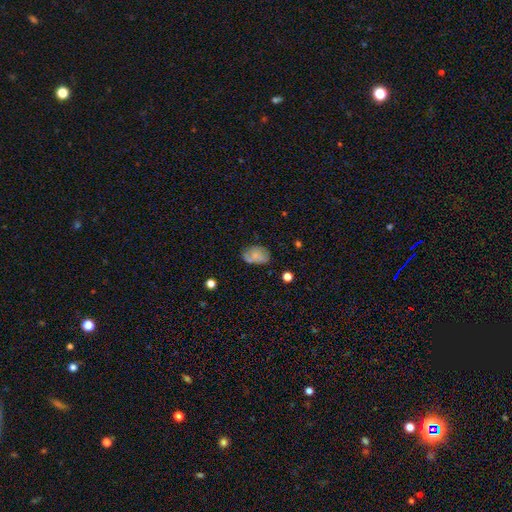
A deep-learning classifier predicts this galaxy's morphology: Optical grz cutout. It shows a smooth galaxy with no disk features (67%) that is in between round and cigar-shaped (84%). Merging: none (64%).